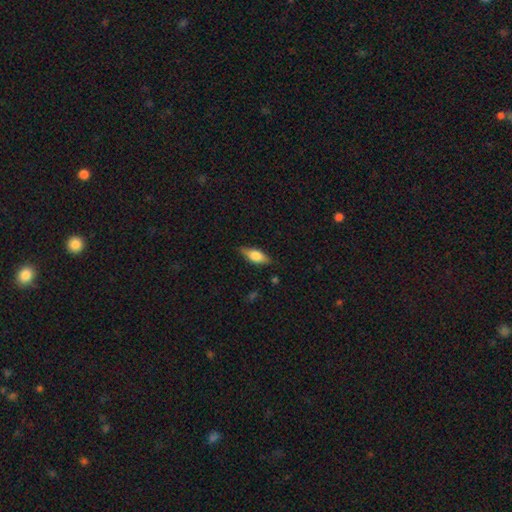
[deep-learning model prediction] smooth 58%, featured or disk 35%, star or artifact 7%. Down the decision tree: how rounded — in between (73%); merging — none (83%).